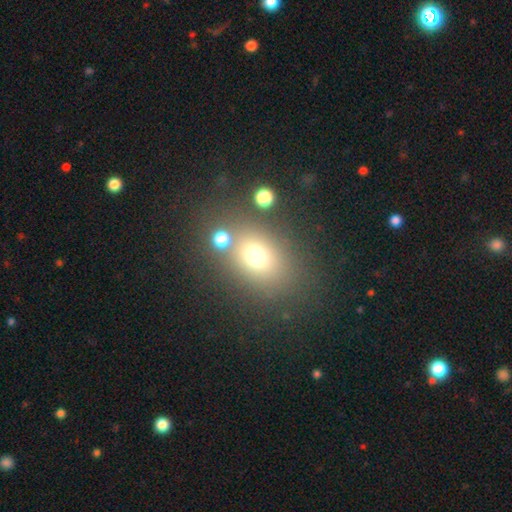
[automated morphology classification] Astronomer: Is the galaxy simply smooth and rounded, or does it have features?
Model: smooth — 70%.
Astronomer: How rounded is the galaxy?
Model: in between — 56% (runner-up: round, 42%).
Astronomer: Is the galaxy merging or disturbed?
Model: none — 69%.